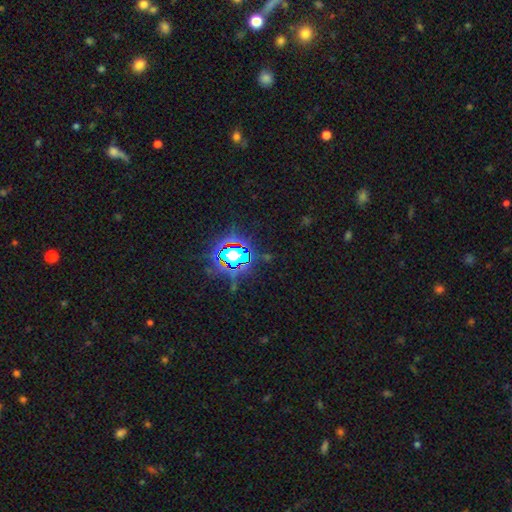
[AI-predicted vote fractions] The model was most divided on "smooth or featured": star or artifact: 81%, smooth: 11%, featured or disk: 7%.